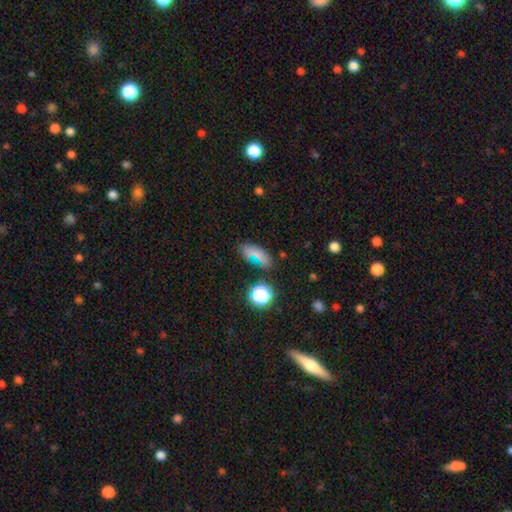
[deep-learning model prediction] A smooth galaxy with no disk features (66%) that is in between round and cigar-shaped (78%).

Vote fractions:
- Smooth or featured? smooth: 66% / star or artifact: 21% / featured or disk: 13%
- How rounded? in between: 78% / cigar-shaped: 12% / round: 10%
- Merging? none: 72% / minor disturbance: 17% / major disturbance: 6% / merger: 5%